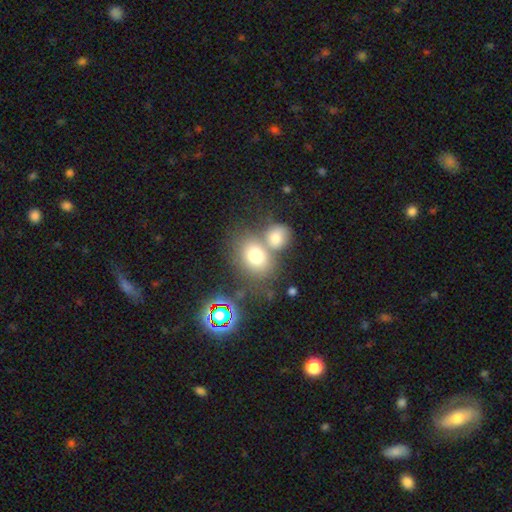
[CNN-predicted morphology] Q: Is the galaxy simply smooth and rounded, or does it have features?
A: smooth — 57%.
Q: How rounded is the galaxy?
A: round — 57%.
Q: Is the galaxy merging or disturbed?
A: none — 44%.